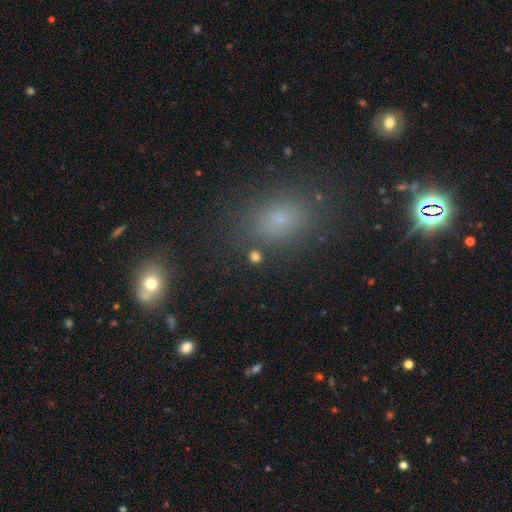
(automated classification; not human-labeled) smooth-or-featured: smooth: 66% | star or artifact: 24% | featured or disk: 10%
  how-rounded: in between: 65% | round: 33% | cigar-shaped: 2%
  merging: none: 80% | minor disturbance: 11% | major disturbance: 5% | merger: 4%